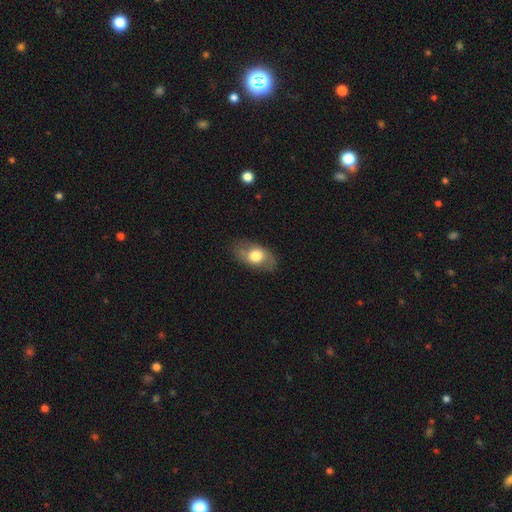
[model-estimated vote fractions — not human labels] smooth_or_featured: smooth (p=0.59) [alt: featured or disk p=0.35]
how_rounded: in between (p=0.86) [alt: round p=0.12]
merging: none (p=0.77) [alt: minor disturbance p=0.16]